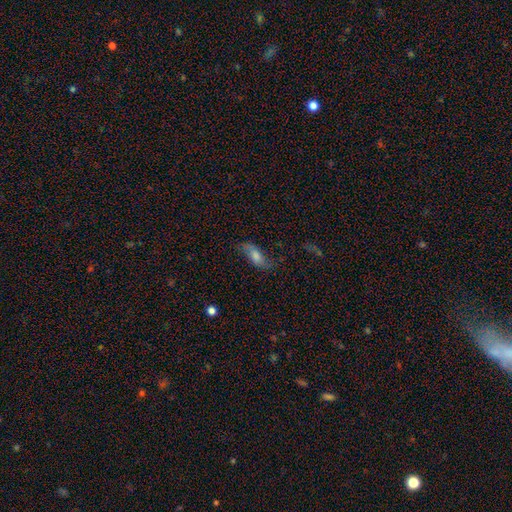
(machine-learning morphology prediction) Overall: smooth (58%; featured or disk 34%). How rounded: in between (76%). Merging: none (65%).